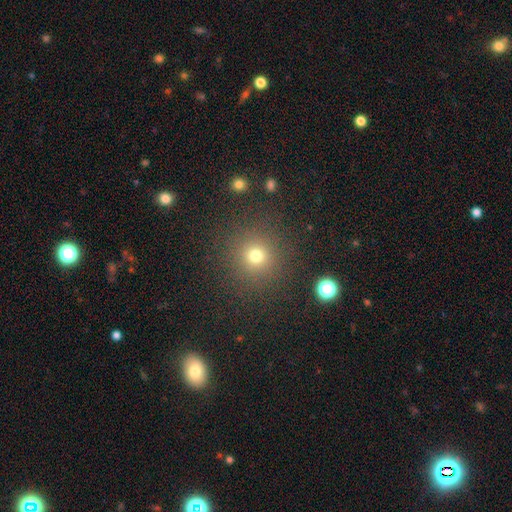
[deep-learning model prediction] Q: Smooth or featured?
A: smooth (73%); runner-up: star or artifact (20%)
Q: How rounded?
A: round (93%); runner-up: in between (6%)
Q: Merging?
A: none (87%); runner-up: minor disturbance (7%)